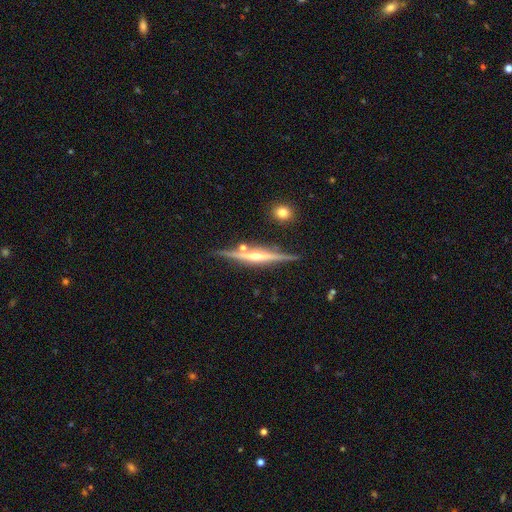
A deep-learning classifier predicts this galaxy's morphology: Q: Smooth or featured?
A: featured or disk (82%); runner-up: smooth (12%)
Q: Edge-on disk?
A: yes (98%); runner-up: no (2%)
Q: Edge-on bulge?
A: rounded (76%); runner-up: none (15%)
Q: Merging?
A: none (84%); runner-up: minor disturbance (9%)